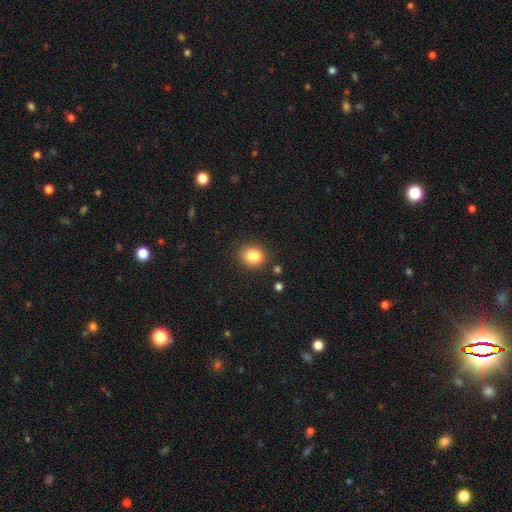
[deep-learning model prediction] Overall: smooth (81%). How rounded: round (65%; in between 34%). Merging: none (68%).